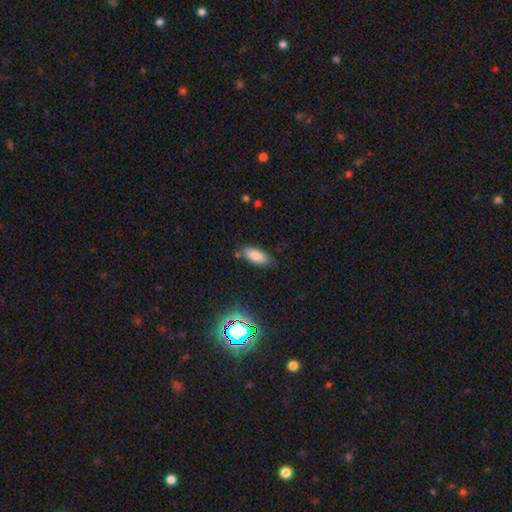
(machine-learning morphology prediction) The model was most divided on "how rounded": in between: 82%, cigar-shaped: 16%, round: 2%. More confident: smooth or featured — smooth (81%); merging — none (80%).